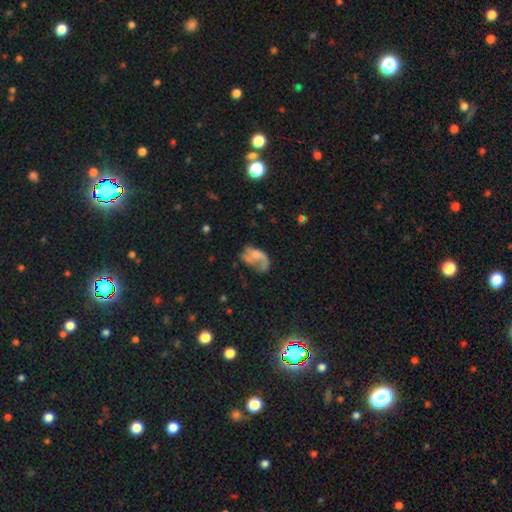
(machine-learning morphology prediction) Smooth or featured? featured or disk (56%)
Edge-on disk? no (97%)
Bar? no (73%)
Spiral arms? yes (63%)
Bulge size? none (36%)
Merging? major disturbance (44%)